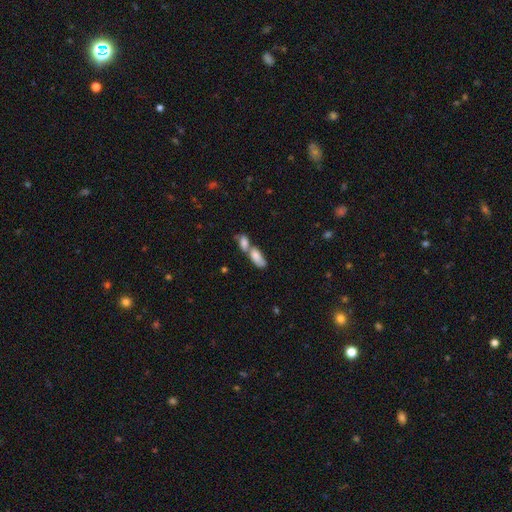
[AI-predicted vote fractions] smooth-or-featured: smooth: 76% | featured or disk: 16% | star or artifact: 8%
  how-rounded: in between: 84% | cigar-shaped: 12% | round: 4%
  merging: merger: 71% | none: 17% | minor disturbance: 7% | major disturbance: 5%